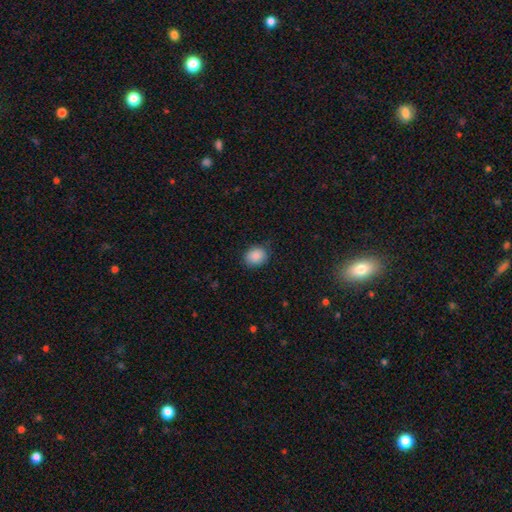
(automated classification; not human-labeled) The model was most divided on "how rounded": round: 53%, in between: 46%, cigar-shaped: 1%. More confident: smooth or featured — smooth (89%); merging — none (81%).